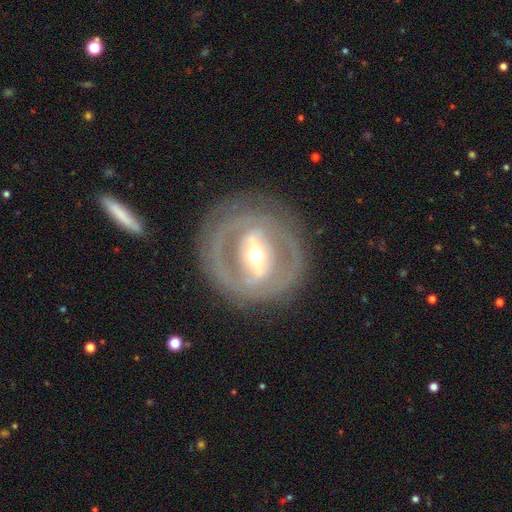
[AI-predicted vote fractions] featured or disk 79%, smooth 15%, star or artifact 6%. Down the decision tree: edge-on disk — no (93%); bar — strong (57%); spiral arms — yes (54%); bulge size — moderate (64%); merging — none (79%).